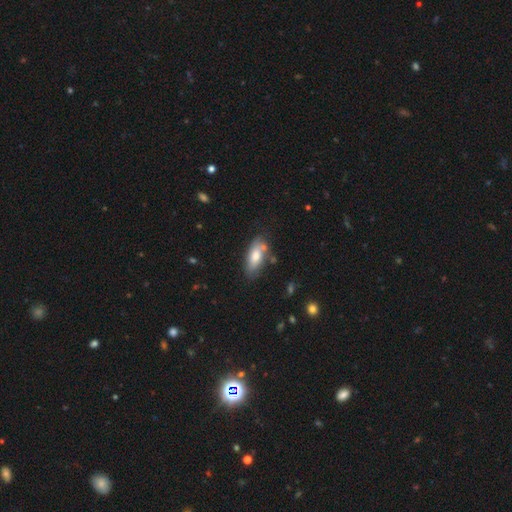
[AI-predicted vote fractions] Morphology: type=smooth (68%); roundness=in between (81%); merging=none (65%).